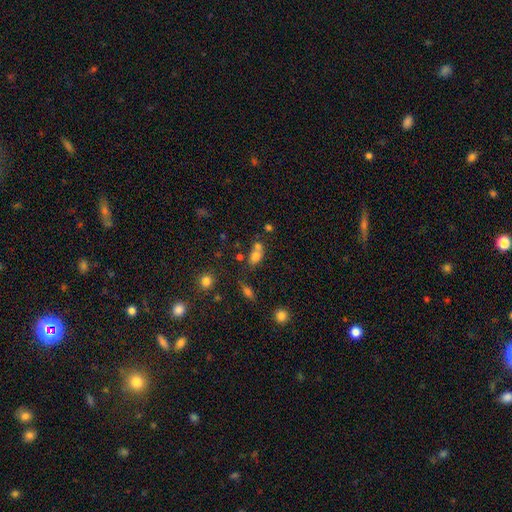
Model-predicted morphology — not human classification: Smooth or featured? smooth (73%)
How rounded? in between (65%)
Merging? merger (50%)